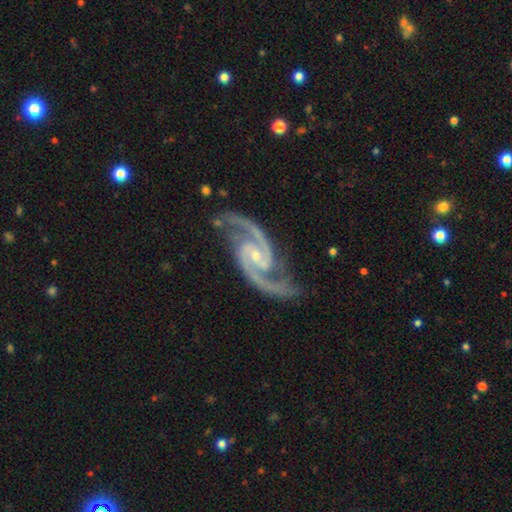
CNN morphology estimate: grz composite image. It shows a featured or disk galaxy (95%) with no bar (40%), 2 (93%) medium (66%) spiral arms (99%) and a small central bulge (71%). Merging: none (78%).